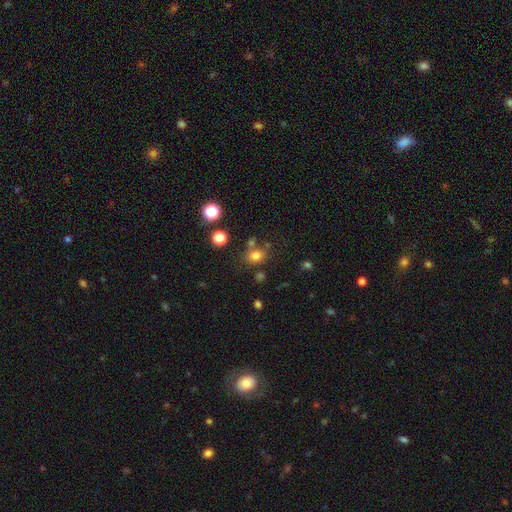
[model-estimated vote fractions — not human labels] This is likely a smooth galaxy (76%). How rounded: possibly round (53%). Merging: likely none (67%).